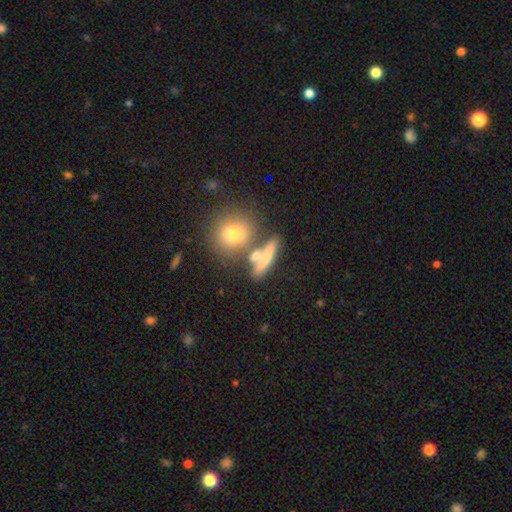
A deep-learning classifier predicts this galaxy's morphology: smooth_or_featured: smooth (p=0.64) [alt: featured or disk p=0.25]
how_rounded: cigar-shaped (p=0.42) [alt: in between p=0.30]
merging: none (p=0.58) [alt: merger p=0.25]